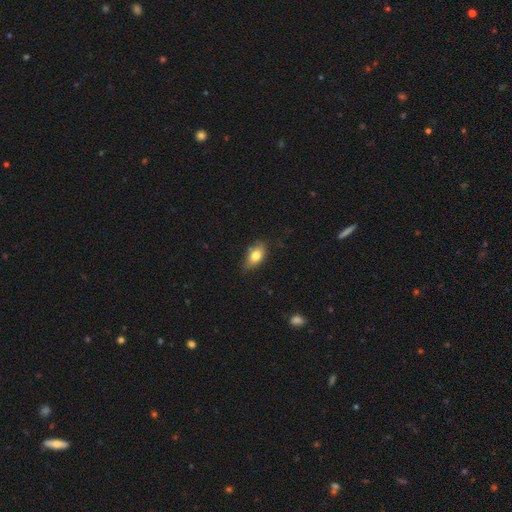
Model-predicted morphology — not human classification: This appears to be a smooth galaxy with no disk features (78%) that is in between round and cigar-shaped (88%). Merging: none (70%).